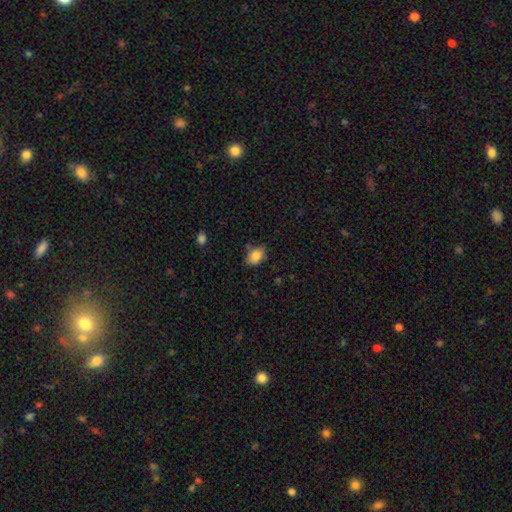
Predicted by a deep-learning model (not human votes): smooth 84%, star or artifact 8%, featured or disk 7%. Down the decision tree: how rounded — in between (79%); merging — none (71%).